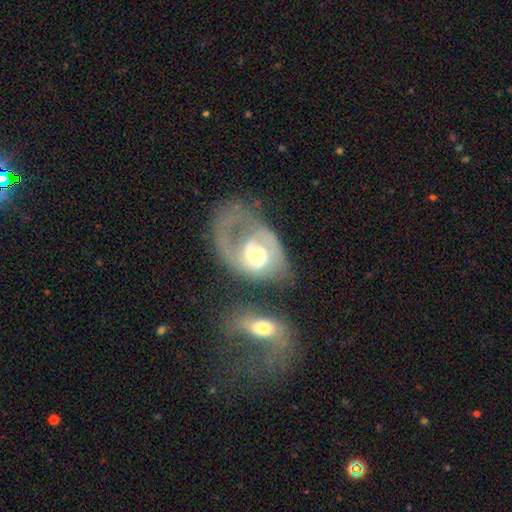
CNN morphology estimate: A featured or disk galaxy (78%) with no bar (51%), 2 (45%) medium (43%) spiral arms (87%) and a moderate central bulge (66%). Merging: major disturbance (37%).